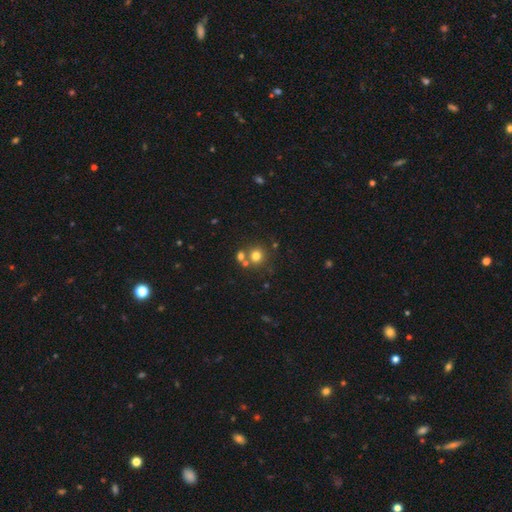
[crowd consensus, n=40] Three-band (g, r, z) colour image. It shows a smooth galaxy with no disk features (70%) that is round (89%). Merging: none (74%).